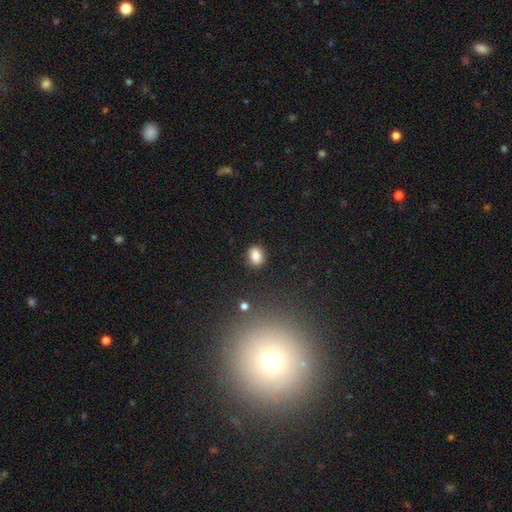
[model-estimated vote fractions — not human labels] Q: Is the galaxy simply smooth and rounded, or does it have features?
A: smooth — 85%.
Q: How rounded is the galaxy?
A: in between — 63%.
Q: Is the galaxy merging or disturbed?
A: none — 85%.